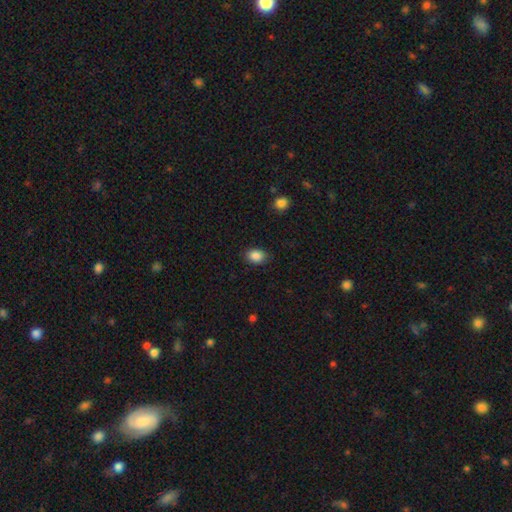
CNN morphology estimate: type=smooth (87%); roundness=in between (70%); merging=none (86%).